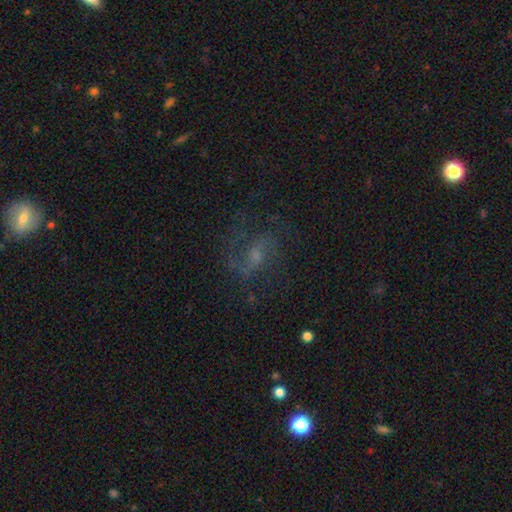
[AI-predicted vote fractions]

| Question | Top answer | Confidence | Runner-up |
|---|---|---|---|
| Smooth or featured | featured or disk | 67% | smooth (18%) |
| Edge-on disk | no | 96% | yes (4%) |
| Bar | weak | 48% | no (41%) |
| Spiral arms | yes | 86% | no (14%) |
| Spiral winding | loose | 45% | medium (44%) |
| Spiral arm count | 2 | 70% | can't tell (13%) |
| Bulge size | small | 47% | moderate (32%) |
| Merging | none | 62% | major disturbance (19%) |